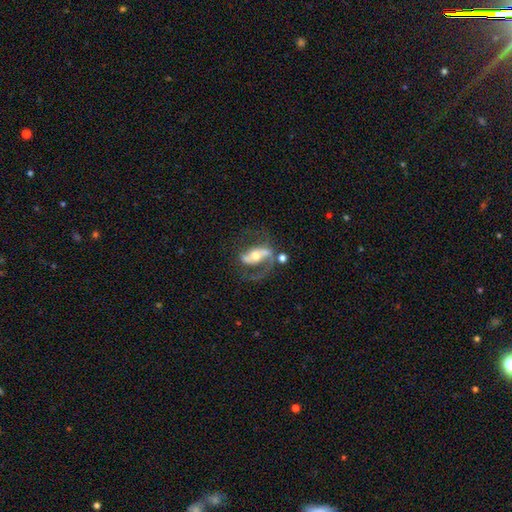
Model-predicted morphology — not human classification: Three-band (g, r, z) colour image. It shows a featured or disk galaxy (80%) with a strong bar (44%), 2 (70%) medium (43%) spiral arms (88%) and a moderate central bulge (64%). Merging: none (47%).